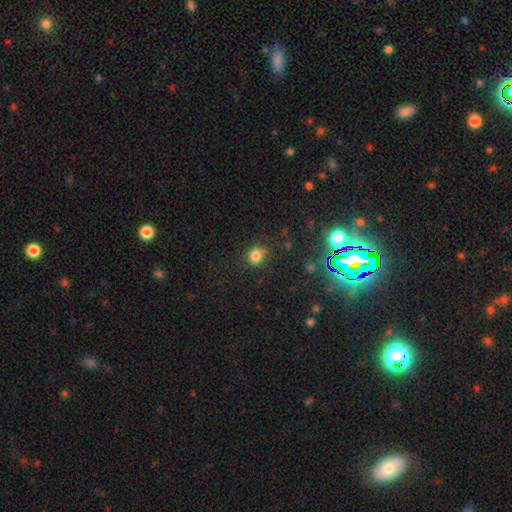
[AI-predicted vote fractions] The model was most divided on "smooth or featured": smooth: 81%, star or artifact: 14%, featured or disk: 5%. More confident: how rounded — round (85%); merging — none (81%).